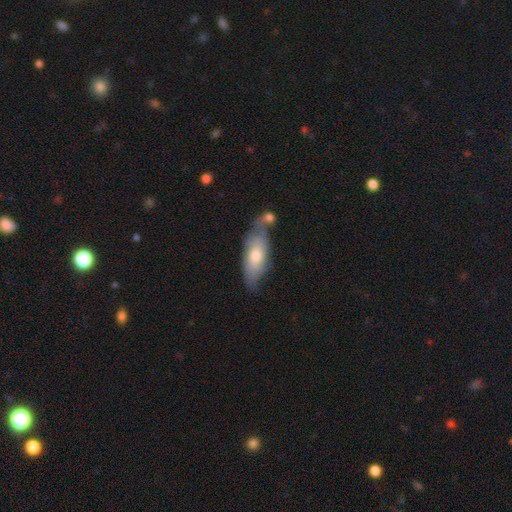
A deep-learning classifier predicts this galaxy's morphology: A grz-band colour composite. It shows a smooth galaxy with no disk features (61%) that is in between round and cigar-shaped (78%). Merging: none (43%).